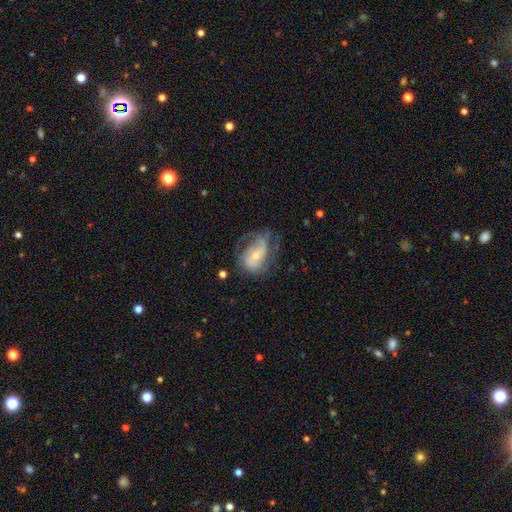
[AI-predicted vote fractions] A featured or disk galaxy (71%) with no bar (49%), 2 (50%) medium (43%) spiral arms (86%) and a small central bulge (60%).

Vote fractions:
- Smooth or featured? featured or disk: 71% / smooth: 22% / star or artifact: 7%
- Edge-on disk? no: 96% / yes: 4%
- Bar? no: 49% / weak: 37% / strong: 14%
- Spiral arms? yes: 86% / no: 14%
- Spiral winding? medium: 43% / loose: 32% / tight: 25%
- Spiral arm count? 2: 50% / can't tell: 22% / 1: 13% / 3: 10% / 4: 2% / more than 4: 2%
- Bulge size? small: 60% / moderate: 33% / none: 3% / large: 3% / dominant: 1%
- Merging? none: 48% / minor disturbance: 25% / major disturbance: 24% / merger: 2%